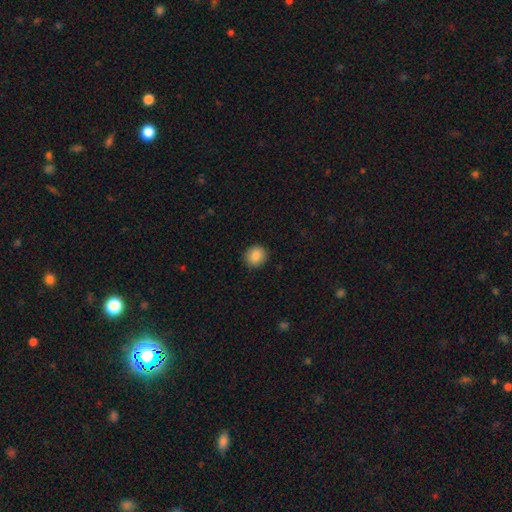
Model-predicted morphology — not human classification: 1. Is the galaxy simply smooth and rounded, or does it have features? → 87% smooth, 8% star or artifact, 5% featured or disk.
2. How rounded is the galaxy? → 85% round, 14% in between, 1% cigar-shaped.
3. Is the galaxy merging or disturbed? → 90% none, 7% minor disturbance, 2% major disturbance, 1% merger.